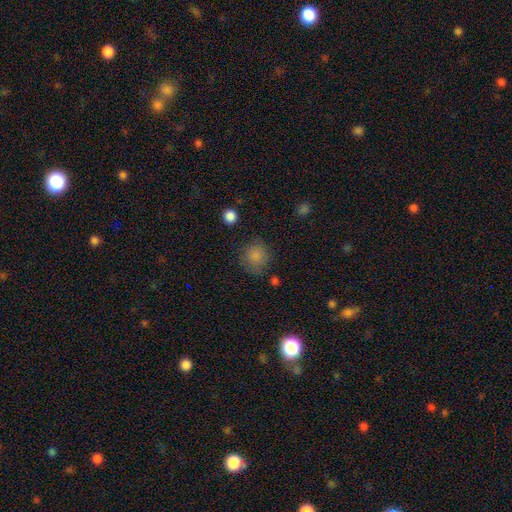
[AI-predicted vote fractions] The model was most divided on "merging": none: 75%, minor disturbance: 16%, major disturbance: 6%, merger: 3%. More confident: how rounded — round (85%); smooth or featured — smooth (82%).